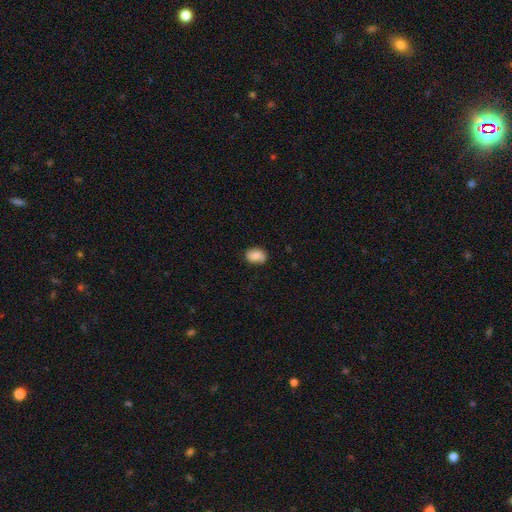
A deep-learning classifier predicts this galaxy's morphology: This is clearly a smooth galaxy (81%). How rounded: likely in between (74%). Merging: likely none (75%).